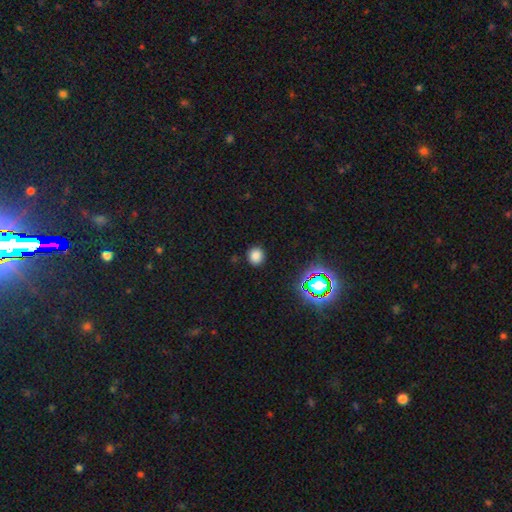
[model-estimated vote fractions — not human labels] Morphology: type=smooth (79%); roundness=round (87%); merging=none (89%).